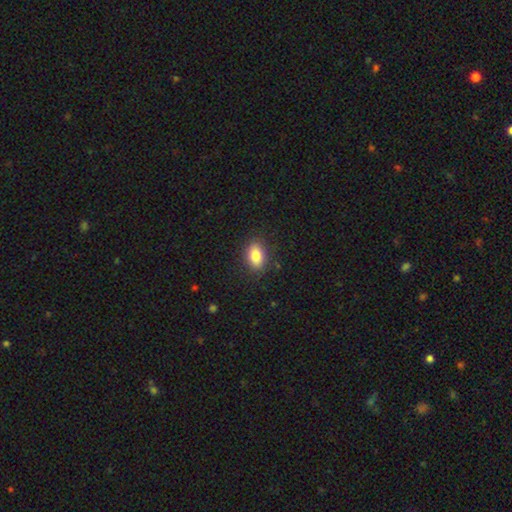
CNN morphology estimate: Q: Smooth or featured?
A: smooth (83%); runner-up: featured or disk (9%)
Q: How rounded?
A: in between (86%); runner-up: round (11%)
Q: Merging?
A: none (86%); runner-up: minor disturbance (10%)